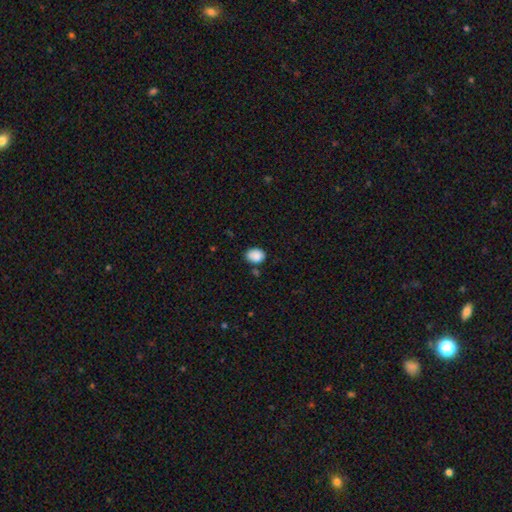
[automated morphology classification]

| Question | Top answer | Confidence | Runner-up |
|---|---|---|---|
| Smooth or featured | smooth | 88% | star or artifact (8%) |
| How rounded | in between | 61% | round (38%) |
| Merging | none | 72% | minor disturbance (19%) |